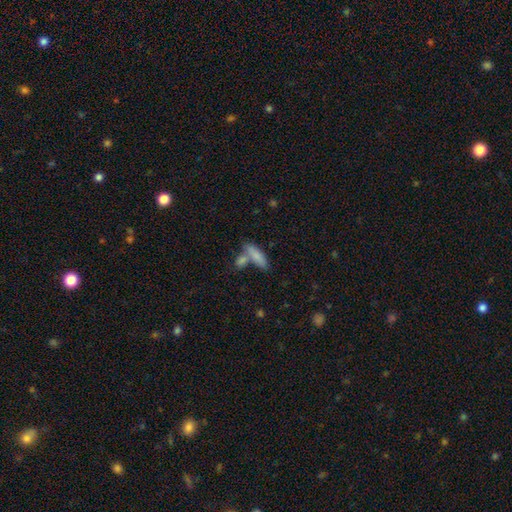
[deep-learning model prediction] The model was most divided on "how rounded": in between: 55%, cigar-shaped: 42%, round: 3%. More confident: smooth or featured — smooth (80%); merging — none (51%).